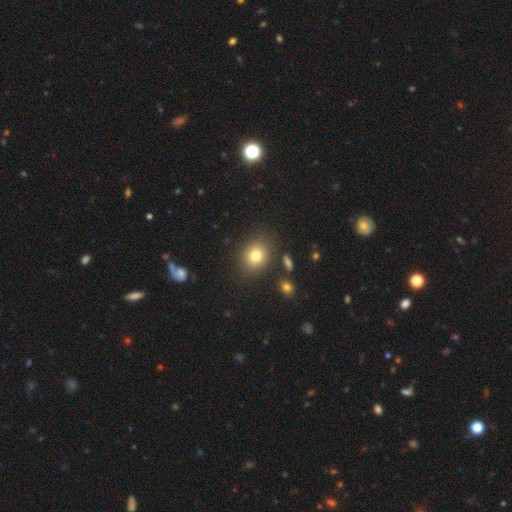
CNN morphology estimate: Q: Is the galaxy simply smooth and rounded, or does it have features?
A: smooth — 78%.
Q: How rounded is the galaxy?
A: round — 66%.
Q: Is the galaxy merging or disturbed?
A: none — 83%.